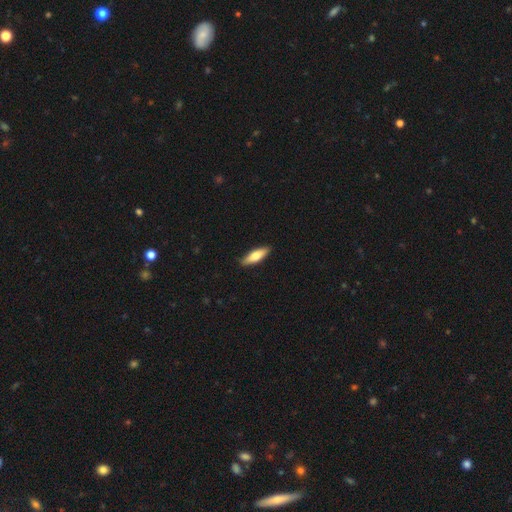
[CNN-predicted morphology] Smooth or featured?
  - smooth: 66% *
  - featured or disk: 29%
  - star or artifact: 5%
How rounded?
  - cigar-shaped: 50% *
  - in between: 47%
  - round: 2%
Merging?
  - none: 88% *
  - minor disturbance: 9%
  - major disturbance: 2%
  - merger: 1%